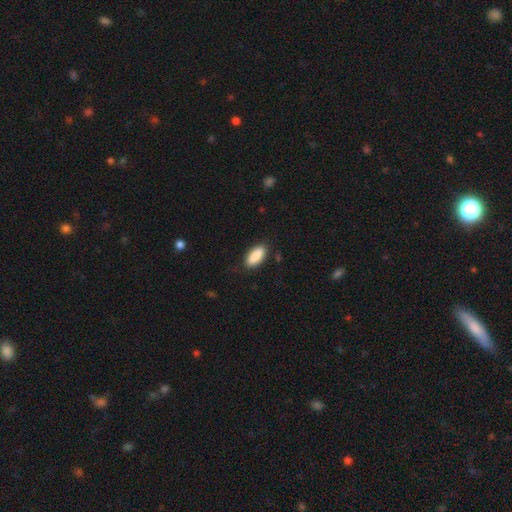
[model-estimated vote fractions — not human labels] smooth_or_featured: smooth (p=0.89) [alt: star or artifact p=0.06]
how_rounded: in between (p=0.82) [alt: cigar-shaped p=0.16]
merging: none (p=0.85) [alt: minor disturbance p=0.11]